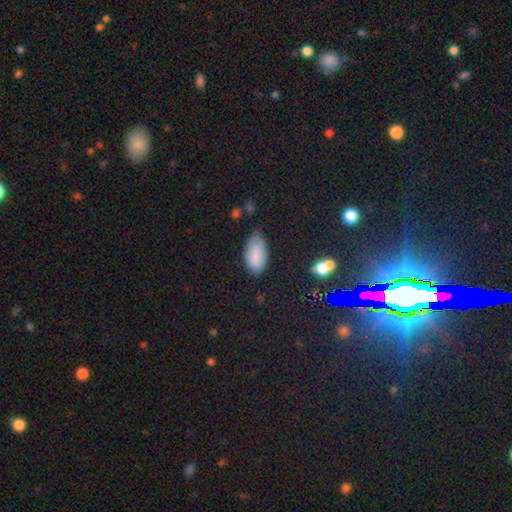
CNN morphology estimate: A smooth galaxy with no disk features (83%) that is in between round and cigar-shaped (94%).

Vote fractions:
- Smooth or featured? smooth: 83% / featured or disk: 9% / star or artifact: 8%
- How rounded? in between: 94% / round: 3% / cigar-shaped: 3%
- Merging? none: 60% / minor disturbance: 31% / major disturbance: 7% / merger: 2%